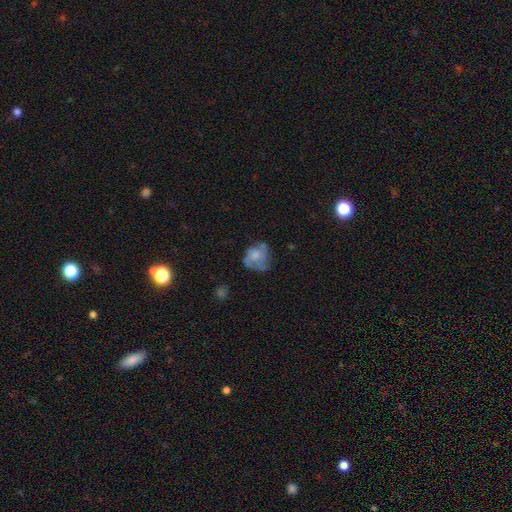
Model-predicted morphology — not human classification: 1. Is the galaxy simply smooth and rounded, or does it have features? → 50% smooth, 41% featured or disk, 9% star or artifact.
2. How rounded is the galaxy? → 66% round, 32% in between, 1% cigar-shaped.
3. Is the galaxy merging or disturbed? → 47% none, 28% minor disturbance, 20% major disturbance, 4% merger.